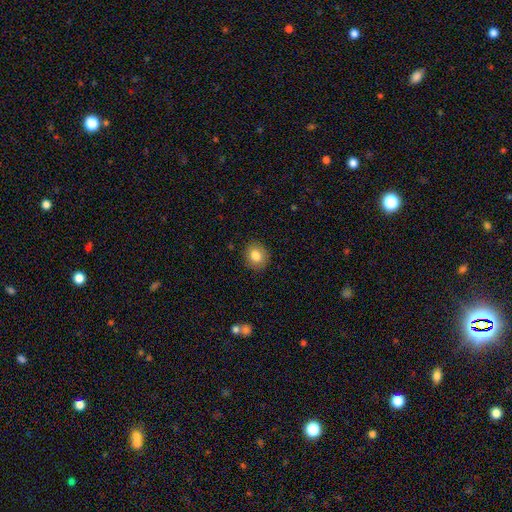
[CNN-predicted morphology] This is clearly a smooth galaxy (83%). How rounded: likely round (77%). Merging: clearly none (88%).